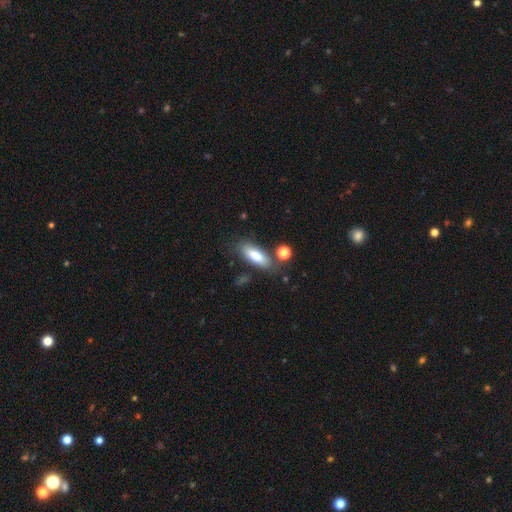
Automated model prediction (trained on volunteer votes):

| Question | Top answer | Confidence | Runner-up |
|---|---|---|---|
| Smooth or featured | smooth | 77% | featured or disk (16%) |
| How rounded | in between | 68% | cigar-shaped (30%) |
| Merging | none | 73% | minor disturbance (15%) |